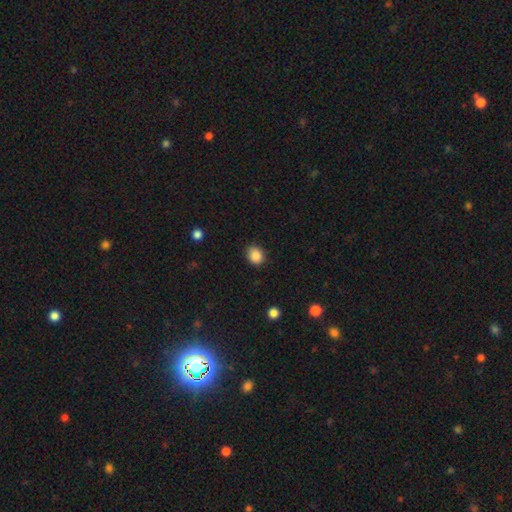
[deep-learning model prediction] Smooth or featured?
  - smooth: 87% *
  - star or artifact: 10%
  - featured or disk: 3%
How rounded?
  - round: 65% *
  - in between: 34%
  - cigar-shaped: 1%
Merging?
  - none: 82% *
  - minor disturbance: 13%
  - major disturbance: 3%
  - merger: 1%